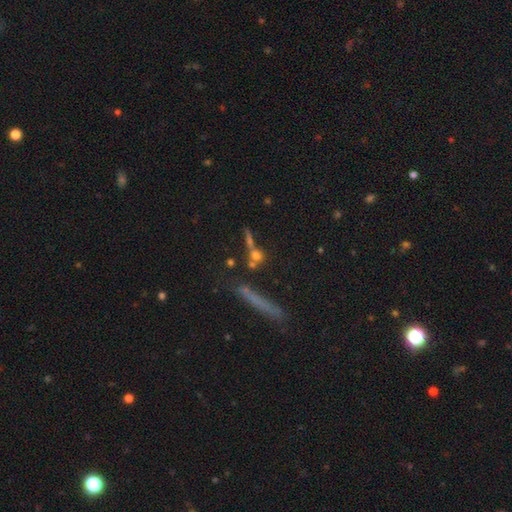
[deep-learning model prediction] smooth 57%, featured or disk 25%, star or artifact 19%. Down the decision tree: how rounded — round (57%); merging — none (51%).